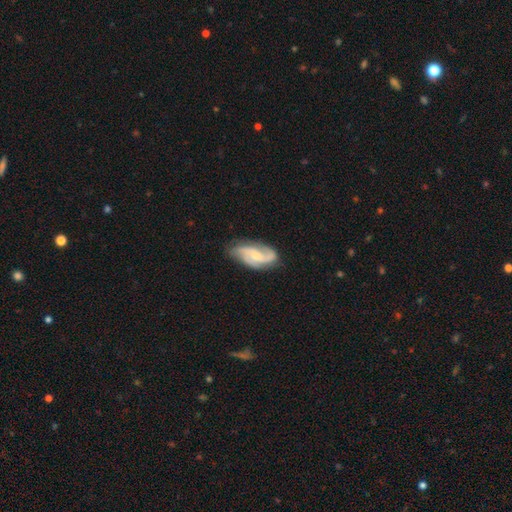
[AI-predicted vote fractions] A featured or disk galaxy (80%) with no bar (52%), 2 (50%) medium (50%) spiral arms (96%) and a small central bulge (47%). Merging: none (66%).